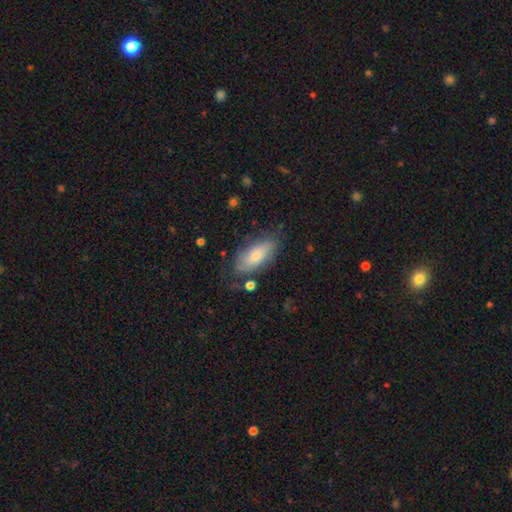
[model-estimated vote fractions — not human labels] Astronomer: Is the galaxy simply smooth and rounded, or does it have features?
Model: smooth — 68%.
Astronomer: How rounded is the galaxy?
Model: in between — 84%.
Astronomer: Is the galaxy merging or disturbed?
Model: none — 66%.